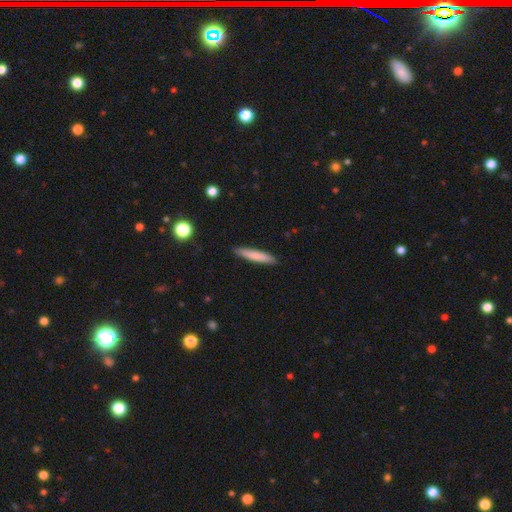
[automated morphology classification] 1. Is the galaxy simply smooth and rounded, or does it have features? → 78% smooth, 16% featured or disk, 6% star or artifact.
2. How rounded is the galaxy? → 92% cigar-shaped, 7% in between, 1% round.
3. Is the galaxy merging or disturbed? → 89% none, 8% minor disturbance, 2% major disturbance, 1% merger.